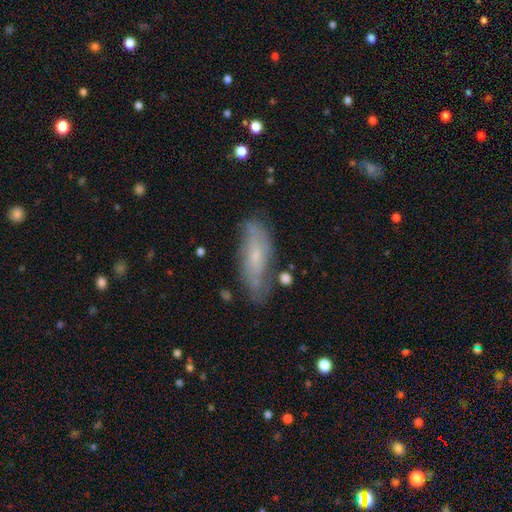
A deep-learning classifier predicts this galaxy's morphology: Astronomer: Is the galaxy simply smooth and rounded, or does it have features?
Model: smooth — 47% (runner-up: featured or disk, 45%).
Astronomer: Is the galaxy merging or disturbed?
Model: none — 66%.